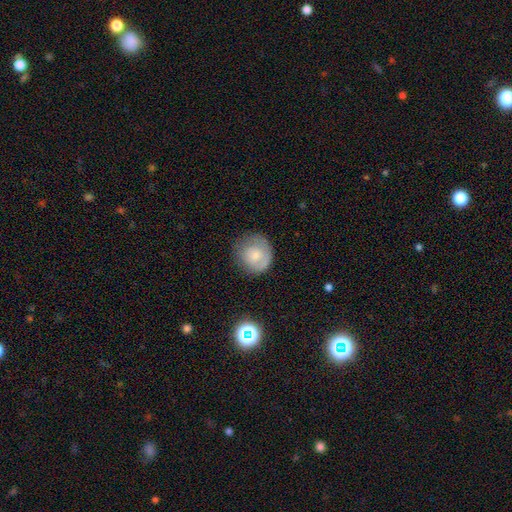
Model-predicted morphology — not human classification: smooth_or_featured: smooth (p=0.70) [alt: featured or disk p=0.21]
how_rounded: round (p=0.85) [alt: in between p=0.14]
merging: none (p=0.66) [alt: minor disturbance p=0.23]